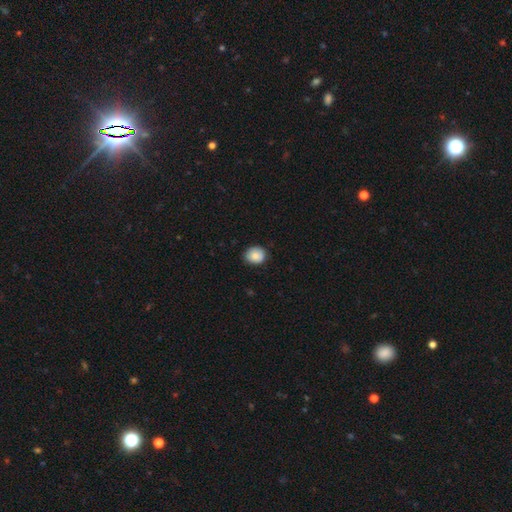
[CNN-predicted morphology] smooth_or_featured: smooth (p=0.84) [alt: featured or disk p=0.08]
how_rounded: round (p=0.69) [alt: in between p=0.30]
merging: none (p=0.79) [alt: minor disturbance p=0.17]